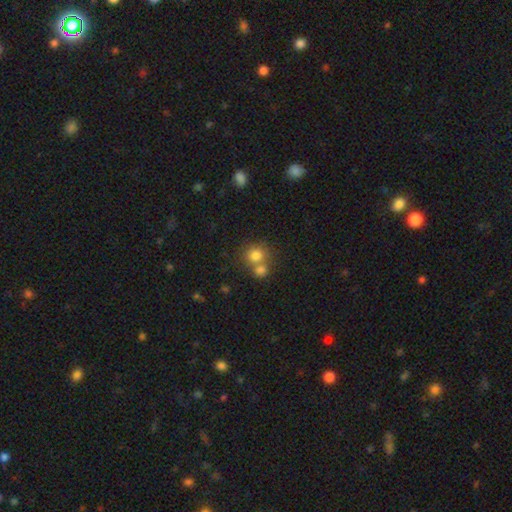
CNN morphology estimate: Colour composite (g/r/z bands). It shows a smooth galaxy with no disk features (78%) that is round (82%). Merging: none (46%).